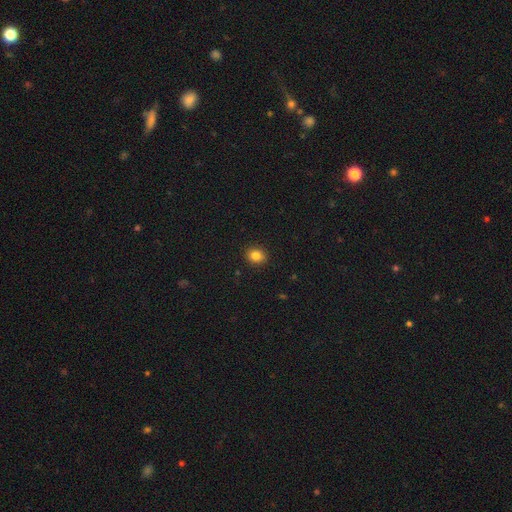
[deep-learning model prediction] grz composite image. It shows a smooth galaxy with no disk features (84%) that is round (68%). Merging: none (91%).